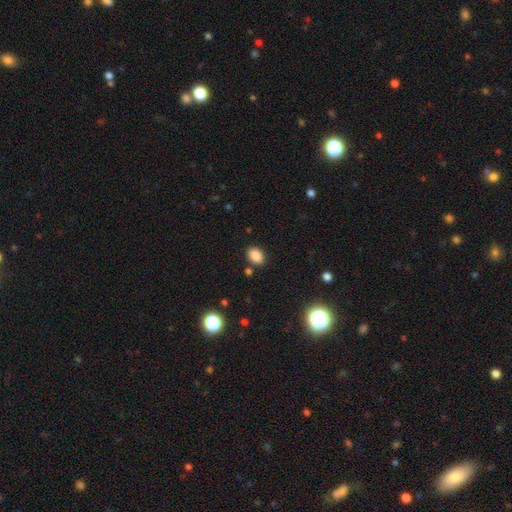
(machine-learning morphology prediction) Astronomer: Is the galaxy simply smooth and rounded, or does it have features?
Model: smooth — 85%.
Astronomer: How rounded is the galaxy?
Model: in between — 79%.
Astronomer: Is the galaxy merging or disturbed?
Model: none — 83%.